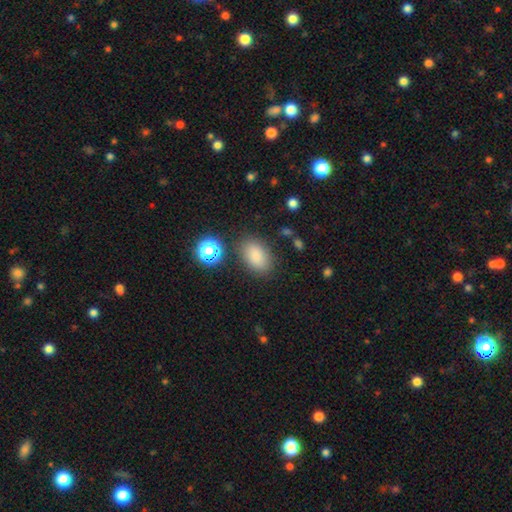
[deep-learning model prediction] Smooth or featured: smooth — 83% (star or artifact — 11%)
How rounded: in between — 86% (round — 12%)
Merging: none — 80% (minor disturbance — 12%)